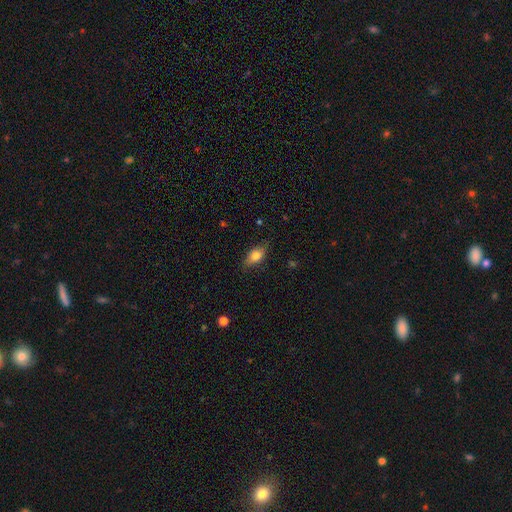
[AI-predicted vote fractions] This appears to be a smooth galaxy with no disk features (71%) that is in between round and cigar-shaped (82%). Merging: none (79%).